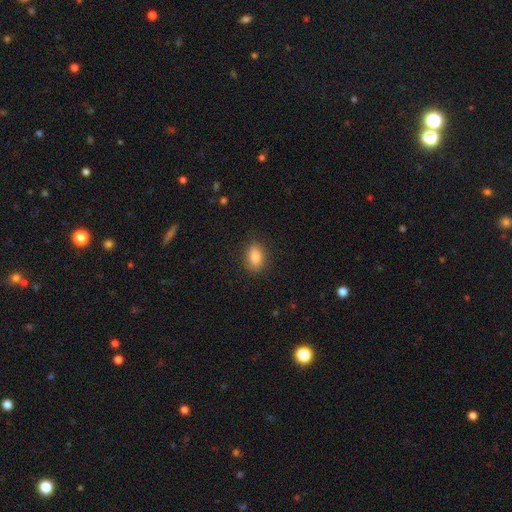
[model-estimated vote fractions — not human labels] Q: Smooth or featured?
A: smooth (85%); runner-up: star or artifact (8%)
Q: How rounded?
A: in between (86%); runner-up: round (11%)
Q: Merging?
A: none (85%); runner-up: minor disturbance (11%)